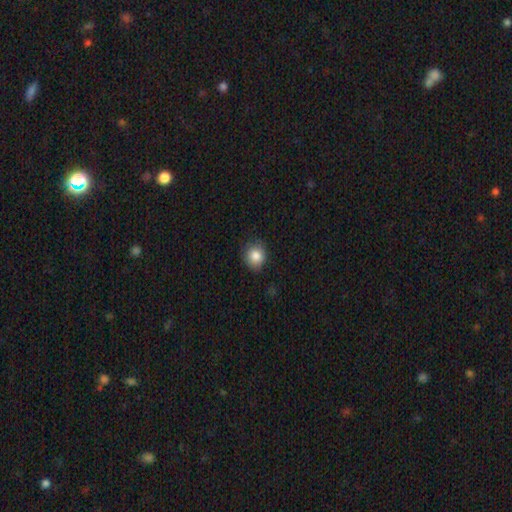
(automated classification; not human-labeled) Morphology: type=smooth (84%); roundness=round (82%); merging=none (81%).